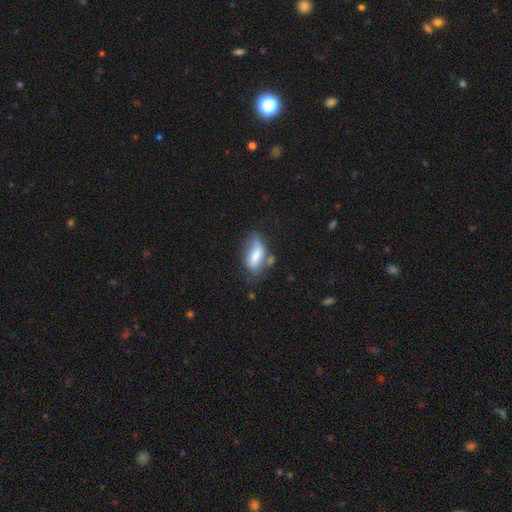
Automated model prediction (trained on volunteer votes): Morphology: type=smooth (68%); roundness=in between (83%); merging=none (39%).